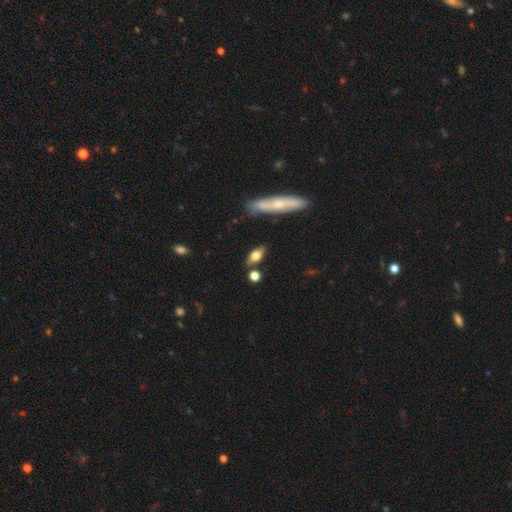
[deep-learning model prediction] The model was most divided on "smooth or featured": smooth: 67%, featured or disk: 25%, star or artifact: 8%. More confident: merging — none (77%); how rounded — in between (75%).